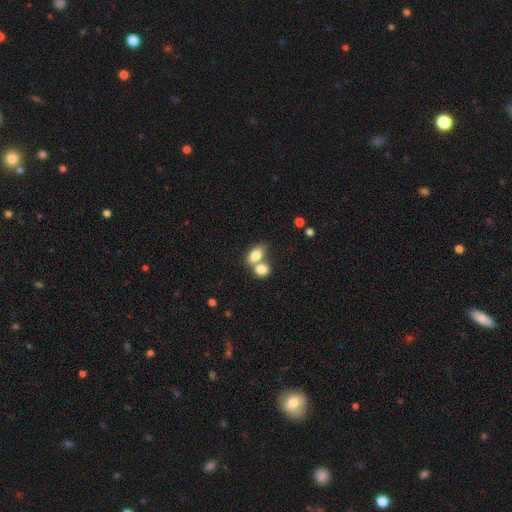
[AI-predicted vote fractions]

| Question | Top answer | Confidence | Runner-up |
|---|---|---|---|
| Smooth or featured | smooth | 80% | featured or disk (12%) |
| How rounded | in between | 82% | round (16%) |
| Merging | merger | 57% | none (32%) |